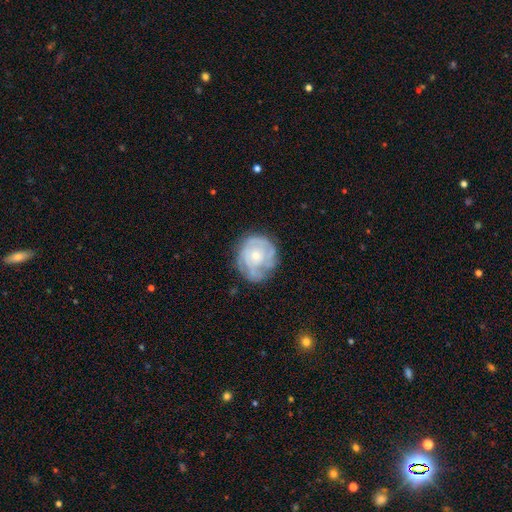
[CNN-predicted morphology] The model was most divided on "bulge size": moderate: 47%, small: 46%, large: 3%, none: 3%, dominant: 1%. More confident: edge-on disk — no (98%); bar — no (83%); spiral arms — yes (71%); smooth or featured — featured or disk (68%); merging — none (68%).